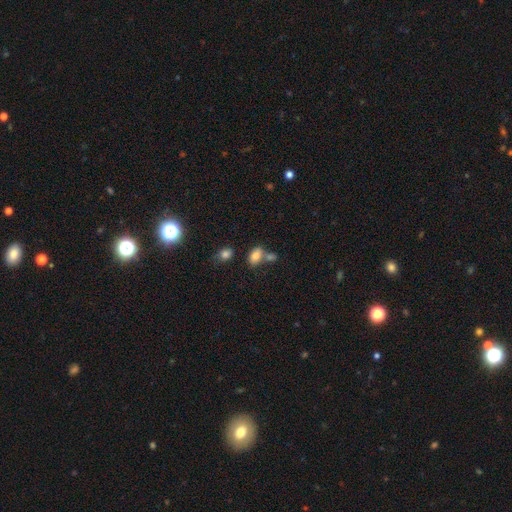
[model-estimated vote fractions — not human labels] smooth 79%, star or artifact 11%, featured or disk 10%. Down the decision tree: how rounded — in between (84%); merging — none (47%).